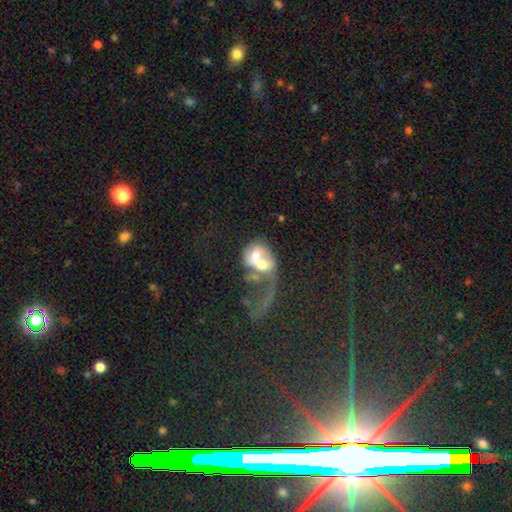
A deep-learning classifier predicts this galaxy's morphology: smooth 46% (tied), featured or disk 46% (tied), star or artifact 9%. Down the decision tree: merging — merger (72%).